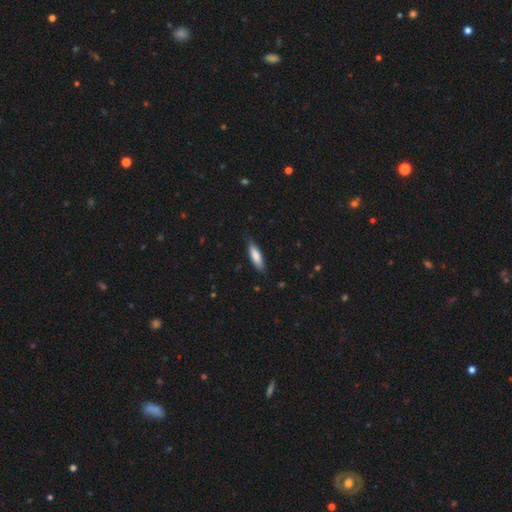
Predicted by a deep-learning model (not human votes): smooth 81%, featured or disk 14%, star or artifact 6%. Down the decision tree: how rounded — cigar-shaped (53%); merging — none (79%).